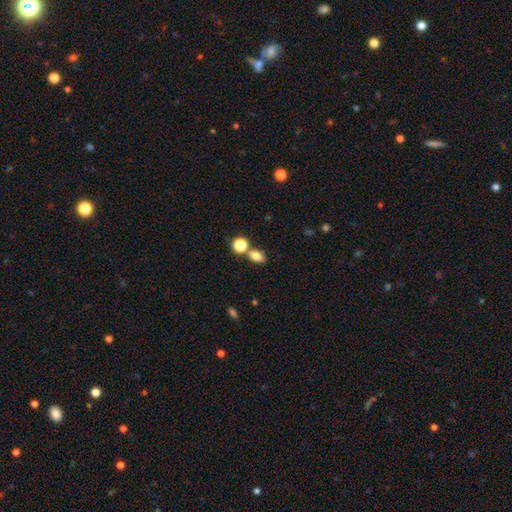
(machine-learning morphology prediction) smooth-or-featured: smooth: 79% | star or artifact: 12% | featured or disk: 9%
  how-rounded: in between: 74% | round: 23% | cigar-shaped: 3%
  merging: none: 62% | merger: 23% | minor disturbance: 11% | major disturbance: 4%